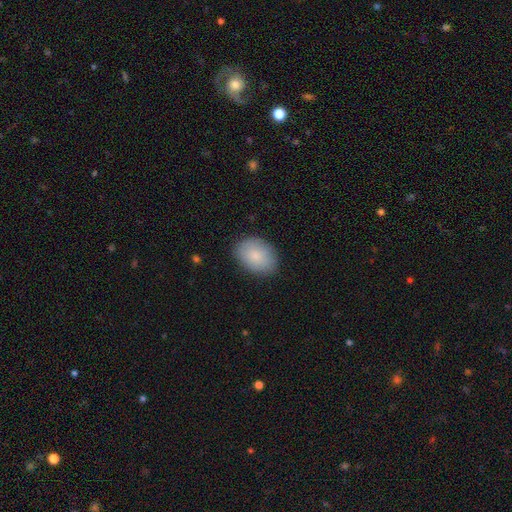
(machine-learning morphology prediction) This appears to be a smooth galaxy with no disk features (84%) that is in between round and cigar-shaped (79%). Merging: none (85%).